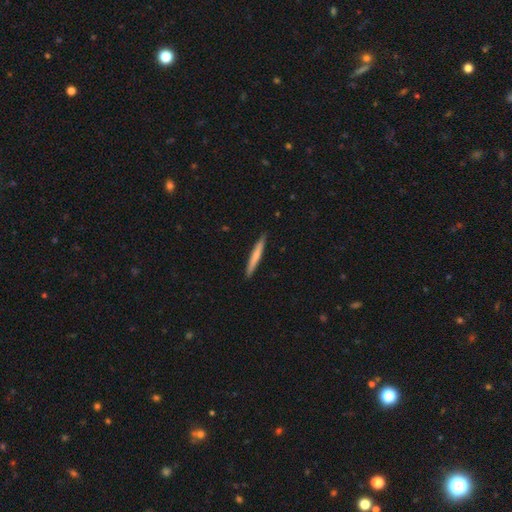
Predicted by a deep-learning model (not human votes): Q: Smooth or featured?
A: smooth (67%); runner-up: featured or disk (28%)
Q: How rounded?
A: cigar-shaped (96%); runner-up: in between (3%)
Q: Merging?
A: none (91%); runner-up: minor disturbance (6%)